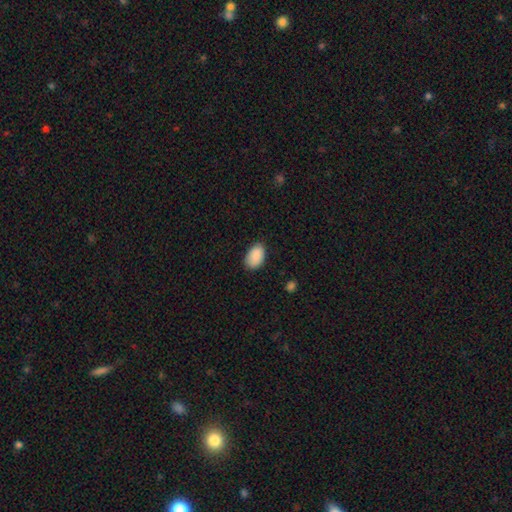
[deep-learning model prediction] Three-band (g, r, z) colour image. It shows a smooth galaxy with no disk features (90%) that is in between round and cigar-shaped (91%). Merging: none (80%).